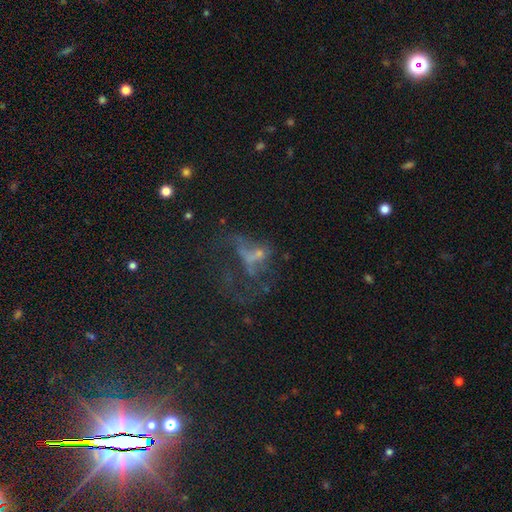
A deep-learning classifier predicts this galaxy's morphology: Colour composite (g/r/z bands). It shows a featured or disk galaxy (49%). Merging: major disturbance (49%).